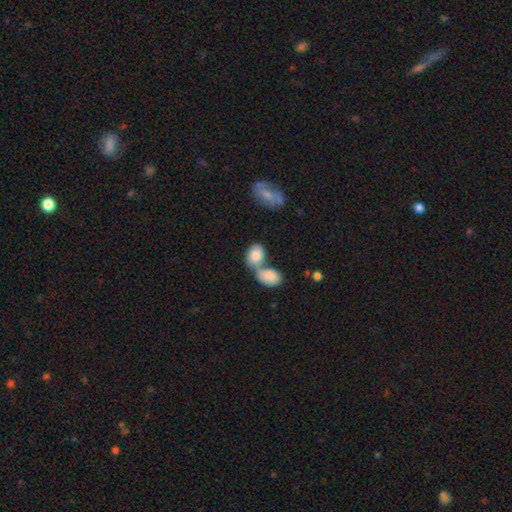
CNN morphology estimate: Smooth or featured? smooth (80%)
How rounded? in between (79%)
Merging? merger (62%)